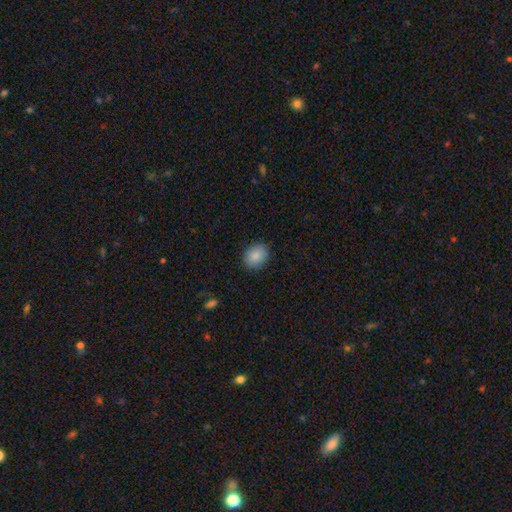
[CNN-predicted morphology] Smooth or featured?
  - smooth: 87% *
  - star or artifact: 7%
  - featured or disk: 5%
How rounded?
  - in between: 58% *
  - round: 41%
  - cigar-shaped: 1%
Merging?
  - none: 88% *
  - minor disturbance: 9%
  - major disturbance: 2%
  - merger: 1%